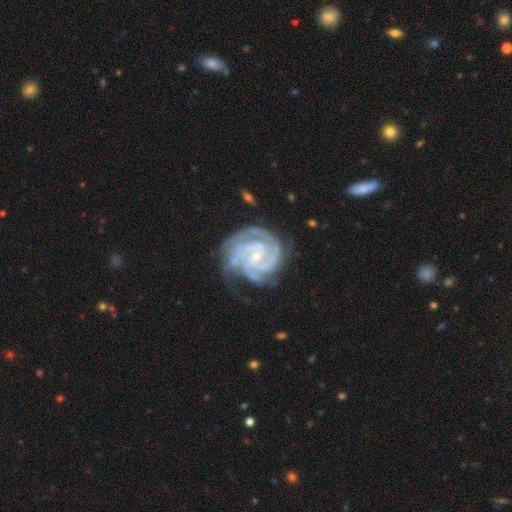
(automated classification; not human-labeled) The model was most divided on "spiral arm count": 3: 39%, 4: 19%, 2: 17%, can't tell: 14%, more than 4: 6%, 1: 5%. More confident: spiral arms — yes (98%); edge-on disk — no (98%); smooth or featured — featured or disk (91%); bulge size — small (78%); spiral winding — tight (74%); merging — none (65%); bar — no (58%).